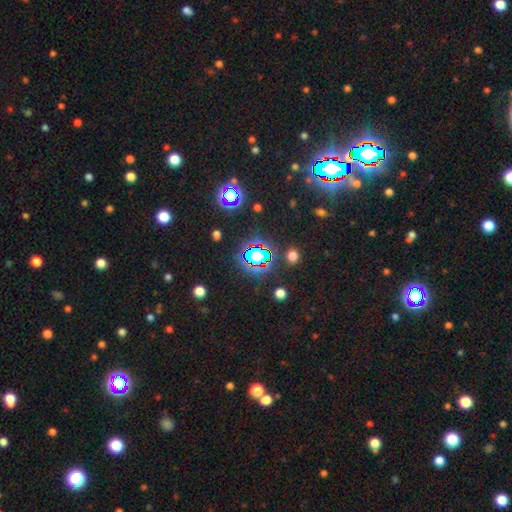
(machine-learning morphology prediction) star or artifact 62%, smooth 27%, featured or disk 11%.